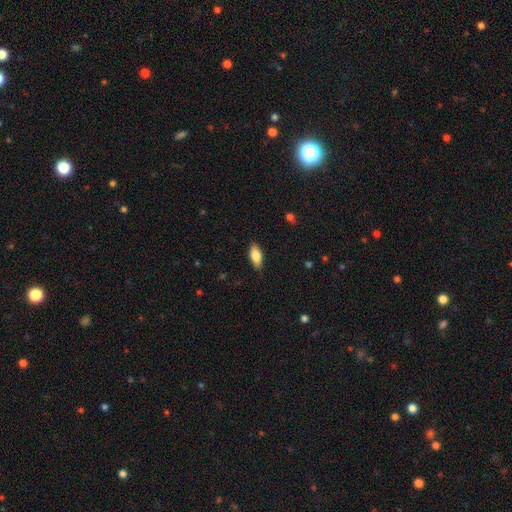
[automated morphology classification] This is likely a smooth galaxy (79%). How rounded: clearly in between (84%). Merging: clearly none (85%).